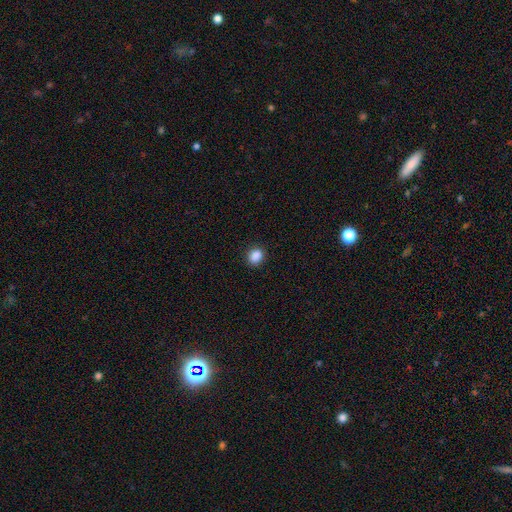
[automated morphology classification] A smooth galaxy with no disk features (88%) that is round (58%).

Vote fractions:
- Smooth or featured? smooth: 88% / star or artifact: 9% / featured or disk: 2%
- How rounded? round: 58% / in between: 41% / cigar-shaped: 1%
- Merging? none: 88% / minor disturbance: 8% / major disturbance: 2% / merger: 1%